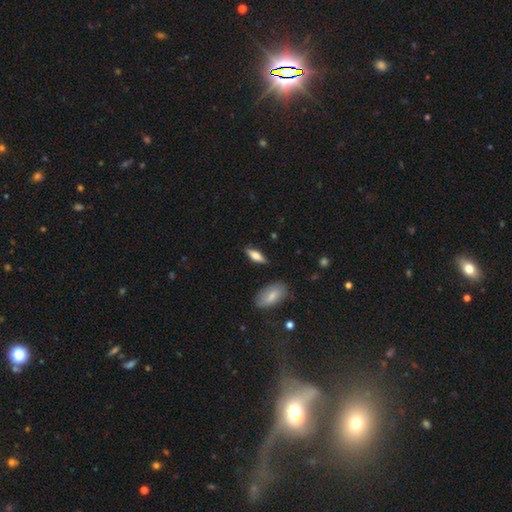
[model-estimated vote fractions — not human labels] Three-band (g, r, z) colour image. It shows a smooth galaxy with no disk features (62%) that is in between round and cigar-shaped (57%). Merging: none (83%).